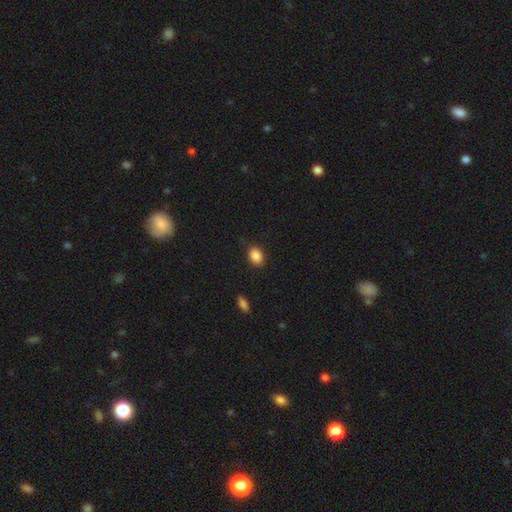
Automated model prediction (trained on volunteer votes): This appears to be a smooth galaxy with no disk features (88%) that is in between round and cigar-shaped (71%). Merging: none (84%).